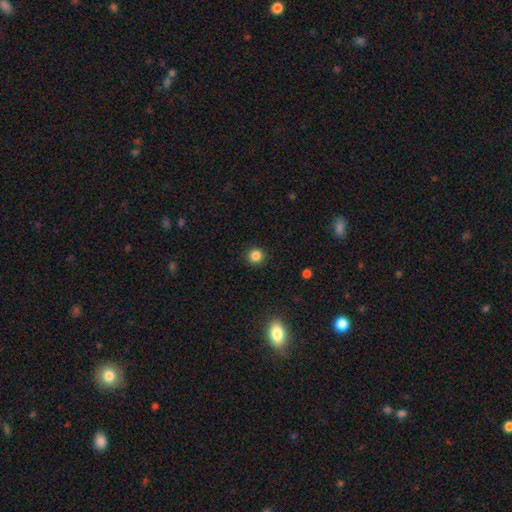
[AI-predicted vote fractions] Smooth or featured?
  - smooth: 85% *
  - star or artifact: 12%
  - featured or disk: 4%
How rounded?
  - round: 93% *
  - in between: 6%
  - cigar-shaped: 1%
Merging?
  - none: 92% *
  - minor disturbance: 5%
  - major disturbance: 2%
  - merger: 1%